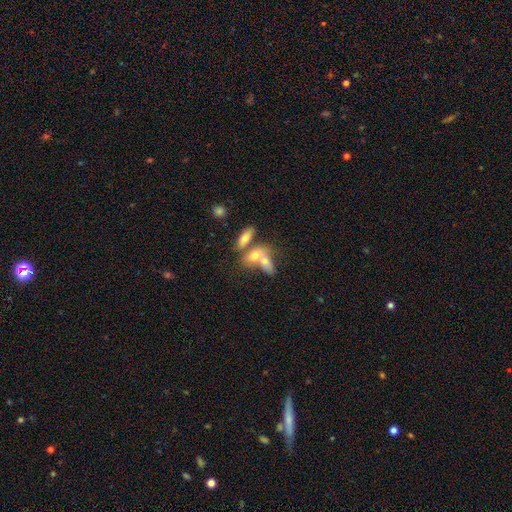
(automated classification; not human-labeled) A smooth galaxy with no disk features (63%) that is in between round and cigar-shaped (77%). Merging: merger (61%).